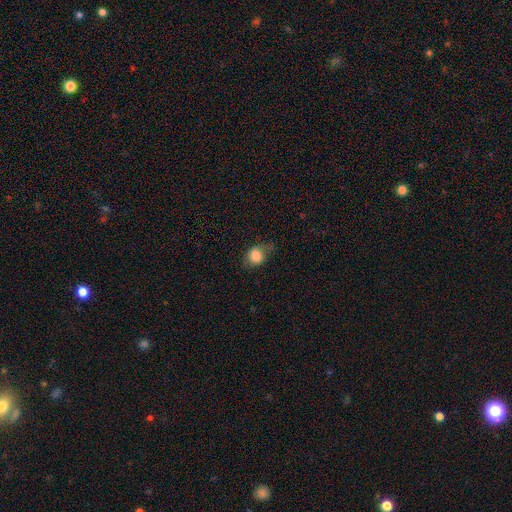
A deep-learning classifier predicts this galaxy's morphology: Smooth or featured? smooth (81%)
How rounded? in between (55%)
Merging? none (59%)